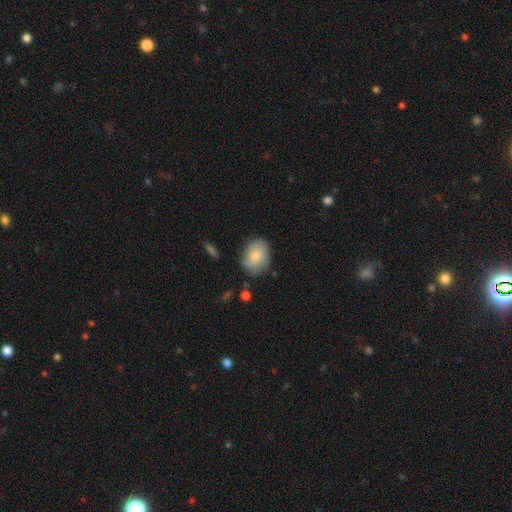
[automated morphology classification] A smooth galaxy with no disk features (78%) that is in between round and cigar-shaped (72%).

Vote fractions:
- Smooth or featured? smooth: 78% / featured or disk: 16% / star or artifact: 6%
- How rounded? in between: 72% / round: 27% / cigar-shaped: 1%
- Merging? none: 70% / minor disturbance: 22% / major disturbance: 5% / merger: 2%